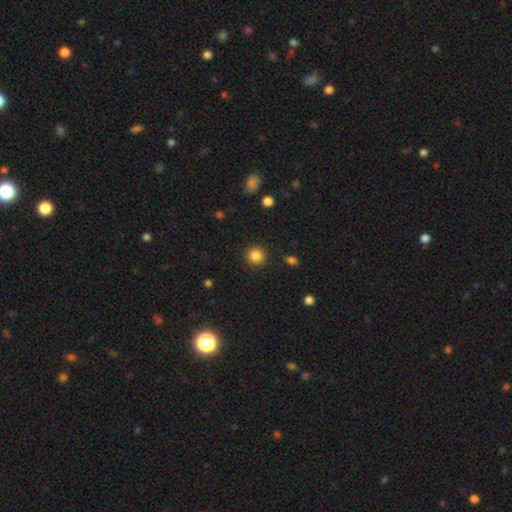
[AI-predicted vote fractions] smooth_or_featured: smooth (p=0.85) [alt: star or artifact p=0.11]
how_rounded: round (p=0.93) [alt: in between p=0.06]
merging: none (p=0.90) [alt: minor disturbance p=0.06]